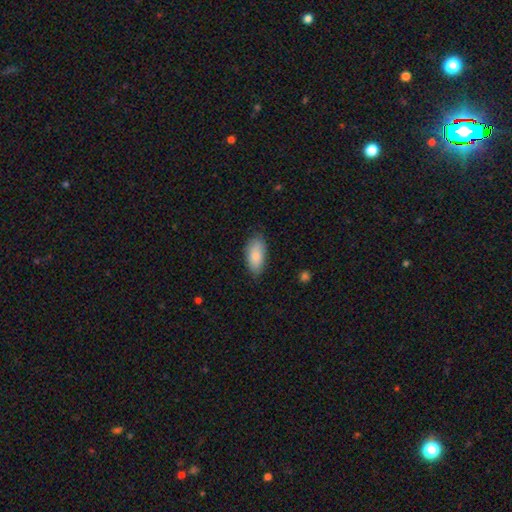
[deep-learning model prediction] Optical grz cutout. It shows a smooth galaxy with no disk features (86%) that is in between round and cigar-shaped (92%). Merging: none (80%).